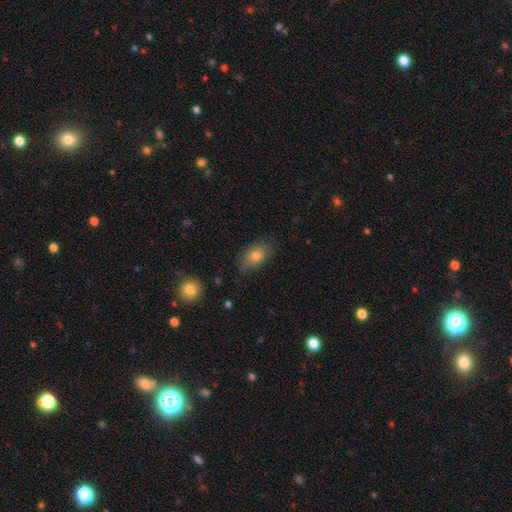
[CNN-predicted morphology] Smooth or featured?
  - smooth: 76% *
  - featured or disk: 15%
  - star or artifact: 9%
How rounded?
  - in between: 88% *
  - round: 10%
  - cigar-shaped: 3%
Merging?
  - none: 78% *
  - minor disturbance: 17%
  - major disturbance: 4%
  - merger: 1%